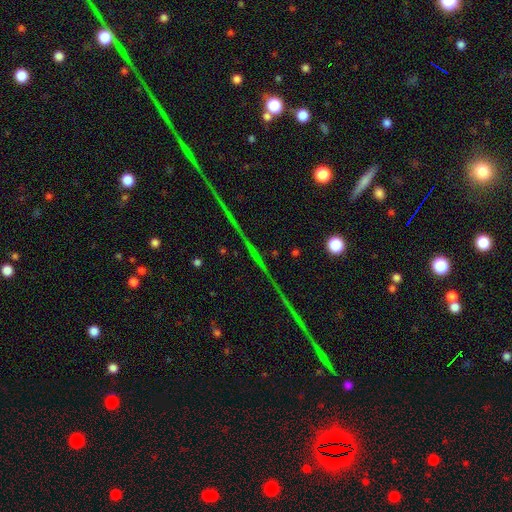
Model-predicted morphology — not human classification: Smooth or featured: star or artifact — 75% (featured or disk — 16%)